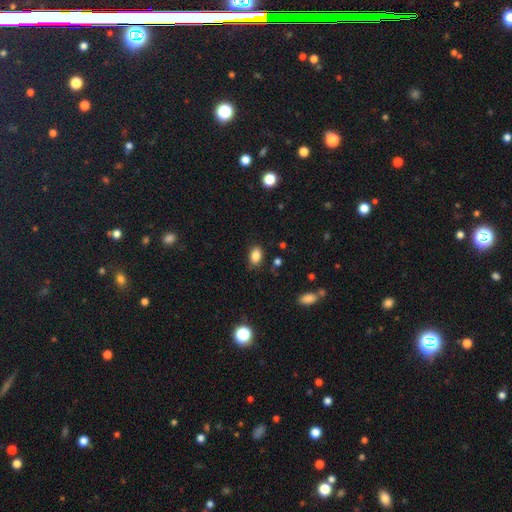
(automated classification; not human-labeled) Smooth or featured?
  - smooth: 84% *
  - star or artifact: 10%
  - featured or disk: 6%
How rounded?
  - in between: 87% *
  - round: 11%
  - cigar-shaped: 2%
Merging?
  - none: 82% *
  - minor disturbance: 13%
  - major disturbance: 3%
  - merger: 2%